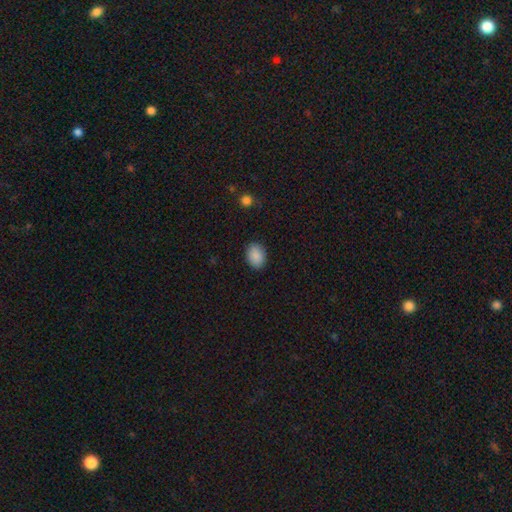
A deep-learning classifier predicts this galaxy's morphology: smooth_or_featured: smooth (p=0.90) [alt: star or artifact p=0.07]
how_rounded: in between (p=0.74) [alt: round p=0.25]
merging: none (p=0.88) [alt: minor disturbance p=0.09]